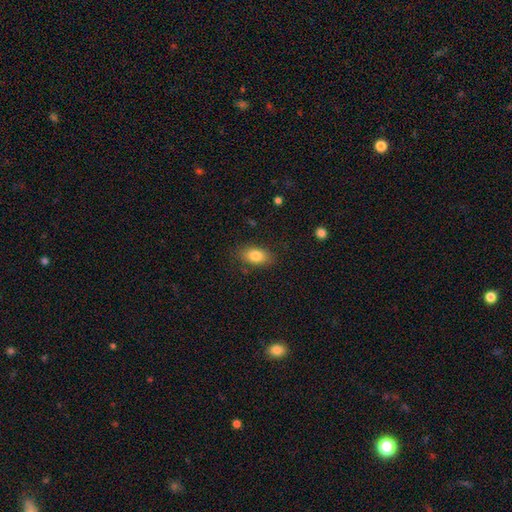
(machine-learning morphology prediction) Overall: smooth (82%). How rounded: in between (89%). Merging: none (84%).